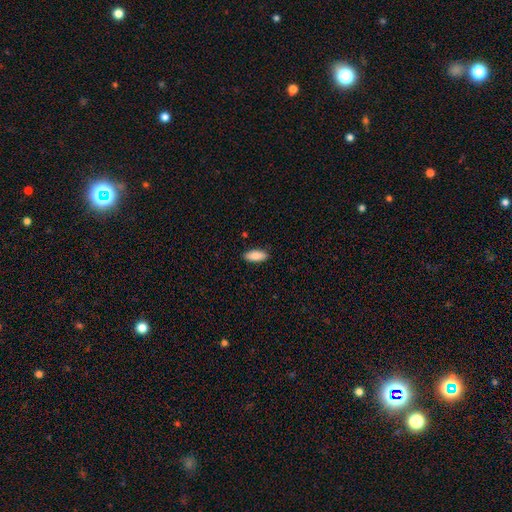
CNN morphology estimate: type=smooth (89%); roundness=in between (83%); merging=none (89%).